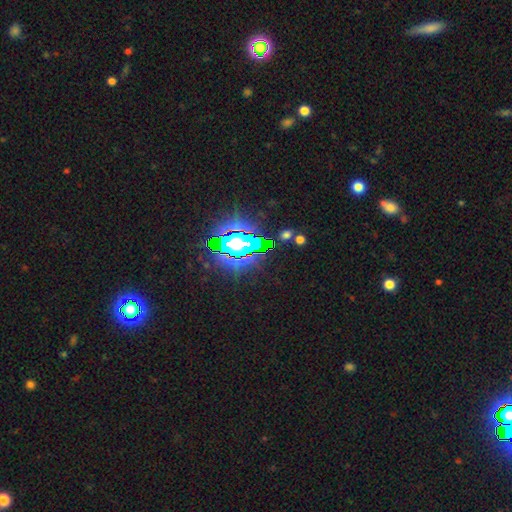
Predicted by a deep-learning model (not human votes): Morphology: type=star or artifact (84%).